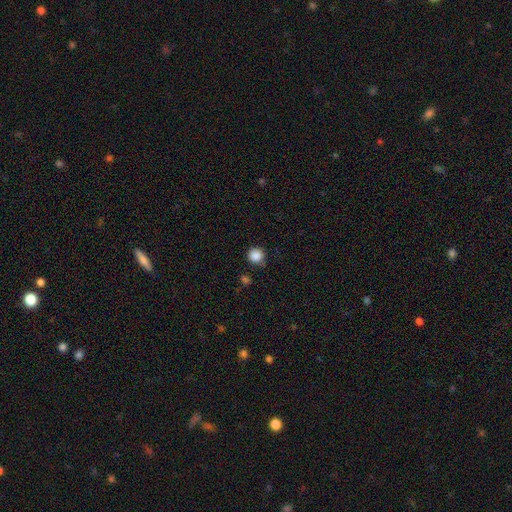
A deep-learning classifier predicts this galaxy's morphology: smooth 87%, star or artifact 10%, featured or disk 3%. Down the decision tree: how rounded — round (93%); merging — none (81%).